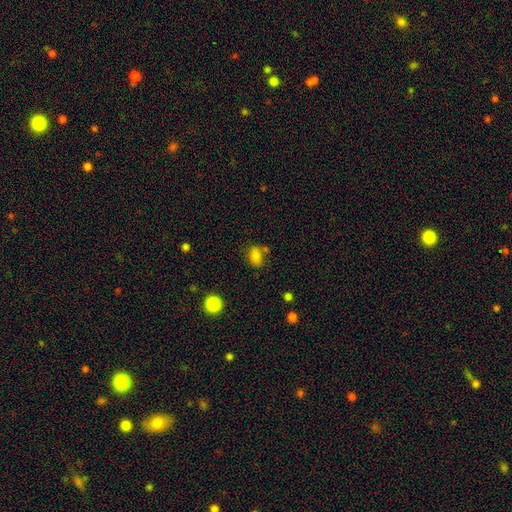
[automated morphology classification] smooth 81%, star or artifact 12%, featured or disk 6%. Down the decision tree: how rounded — in between (74%); merging — none (64%).